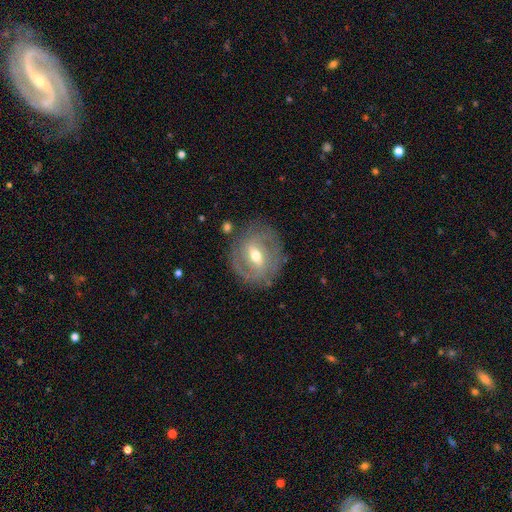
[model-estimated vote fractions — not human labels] A featured or disk galaxy (81%) with a weak bar (51%), 2 (57%) tight (52%) spiral arms (87%) and a moderate central bulge (71%). Merging: none (79%).